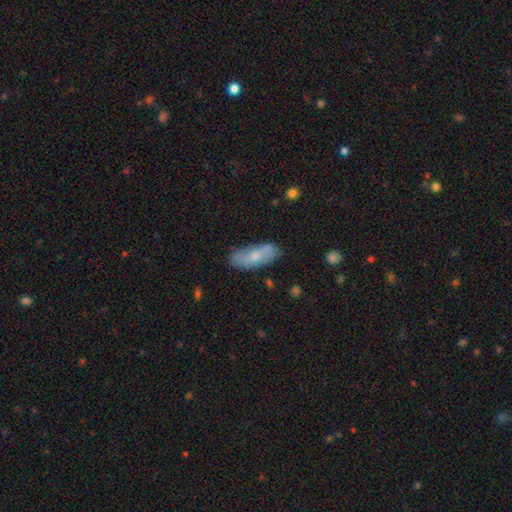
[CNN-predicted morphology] Smooth or featured?
  - smooth: 67% *
  - featured or disk: 26%
  - star or artifact: 6%
How rounded?
  - in between: 73% *
  - cigar-shaped: 24%
  - round: 2%
Merging?
  - none: 72% *
  - minor disturbance: 20%
  - major disturbance: 4%
  - merger: 3%